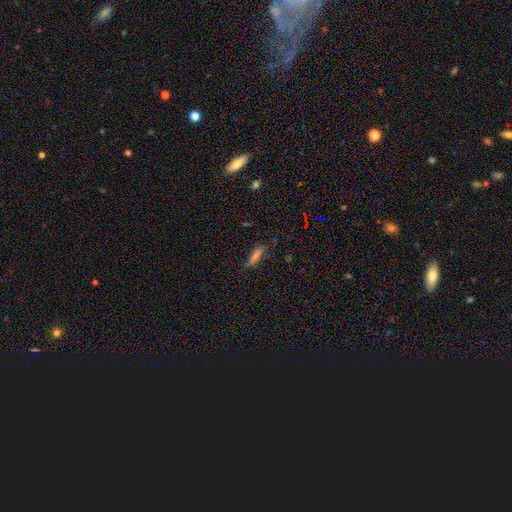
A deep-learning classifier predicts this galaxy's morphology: Smooth or featured? Predicted: smooth (p=0.56). How rounded? Predicted: cigar-shaped (p=0.71). Merging? Predicted: none (p=0.78).